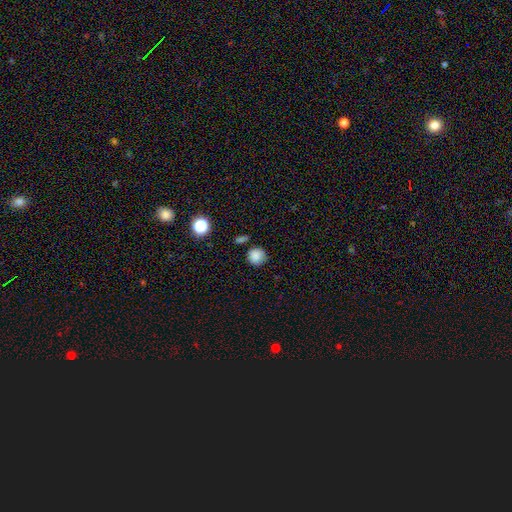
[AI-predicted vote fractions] Smooth or featured? Predicted: smooth (p=0.85). How rounded? Predicted: round (p=0.93). Merging? Predicted: none (p=0.81).